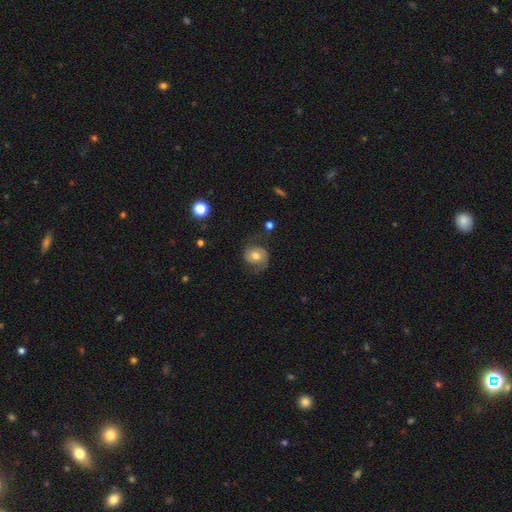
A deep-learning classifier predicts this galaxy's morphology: This is likely a featured or disk galaxy (69%). It is clearly not viewed edge-on (98%). Bar: likely no (68%). Spiral arm pattern: clearly yes (92%). Spiral arm count: clearly 2 (85%). Spiral winding: possibly medium (46%). Central bulge: likely moderate (71%). Merging: likely none (69%).